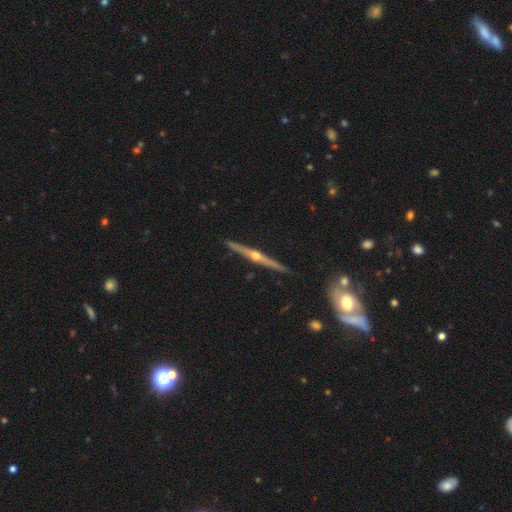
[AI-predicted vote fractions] This appears to be a featured or disk galaxy (87%) viewed edge-on (98%) with a rounded central bulge (93%). Merging: none (90%).